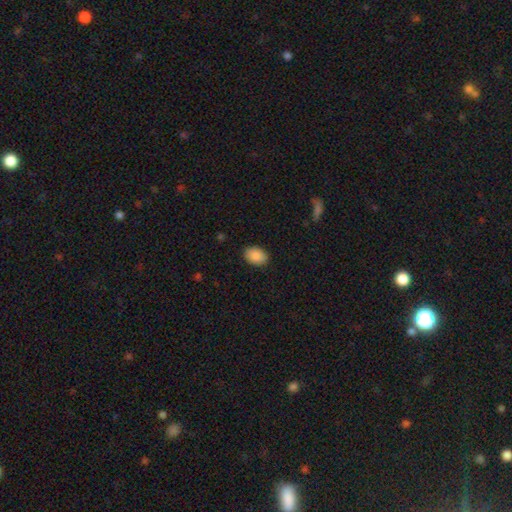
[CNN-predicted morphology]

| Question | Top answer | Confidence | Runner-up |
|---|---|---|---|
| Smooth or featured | smooth | 90% | star or artifact (7%) |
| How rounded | in between | 81% | round (18%) |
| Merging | none | 89% | minor disturbance (8%) |